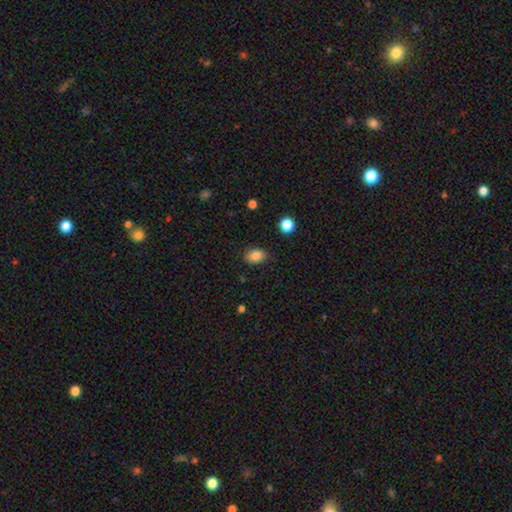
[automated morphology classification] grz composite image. It shows a smooth galaxy with no disk features (86%) that is in between round and cigar-shaped (76%). Merging: none (84%).